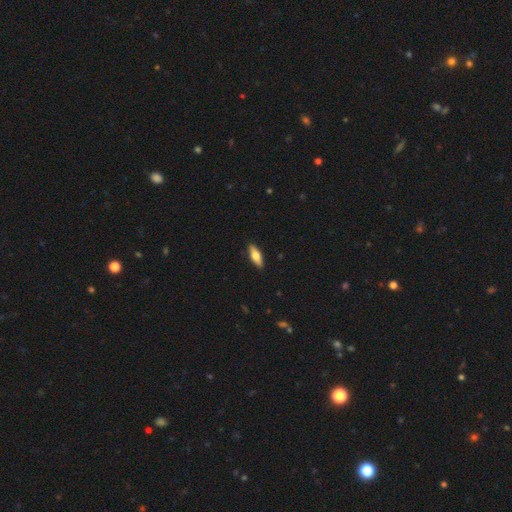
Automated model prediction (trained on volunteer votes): Smooth or featured? smooth (62%)
How rounded? in between (62%)
Merging? none (90%)